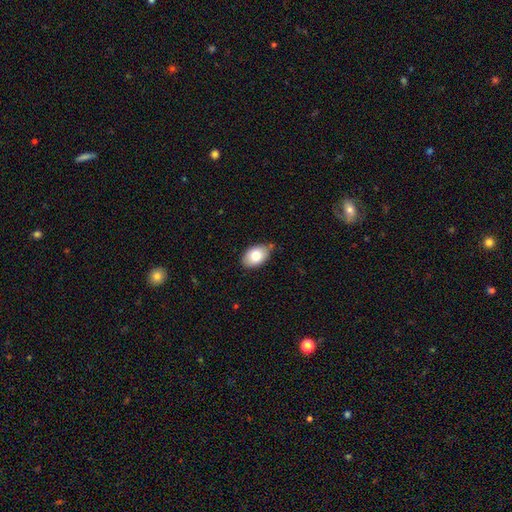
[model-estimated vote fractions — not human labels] Smooth or featured? smooth (80%)
How rounded? in between (89%)
Merging? none (76%)